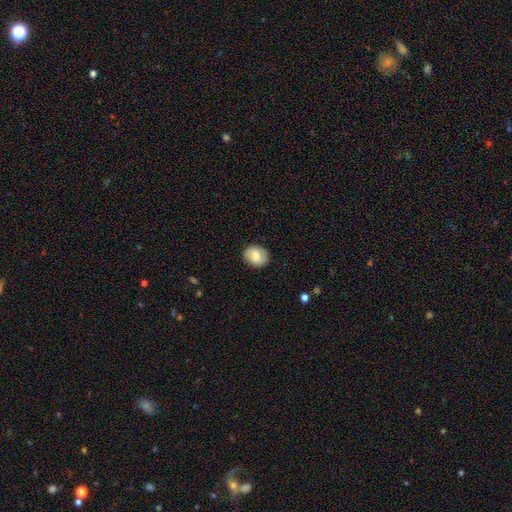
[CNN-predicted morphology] The model was most divided on "how rounded": round: 61%, in between: 38%, cigar-shaped: 1%. More confident: merging — none (85%); smooth or featured — smooth (66%).